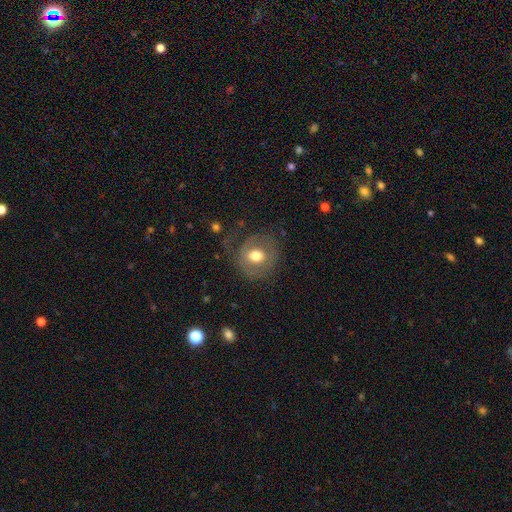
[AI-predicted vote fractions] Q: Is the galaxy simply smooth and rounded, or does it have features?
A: smooth — 53%.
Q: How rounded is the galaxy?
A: round — 80%.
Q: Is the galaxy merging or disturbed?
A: none — 59%.